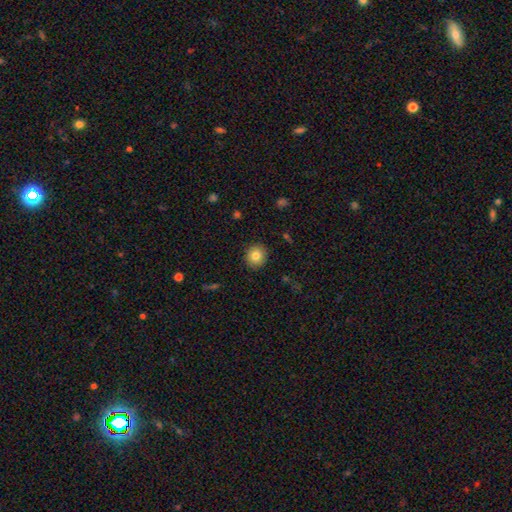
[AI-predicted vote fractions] Q: Smooth or featured?
A: smooth (82%); runner-up: featured or disk (9%)
Q: How rounded?
A: round (89%); runner-up: in between (10%)
Q: Merging?
A: none (91%); runner-up: minor disturbance (6%)